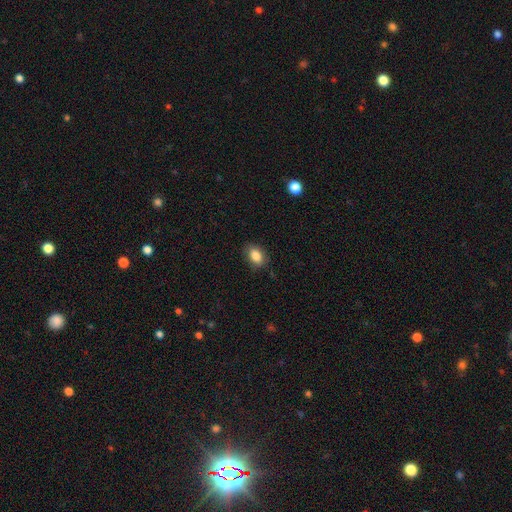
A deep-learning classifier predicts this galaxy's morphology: Smooth or featured? Predicted: smooth (p=0.86). How rounded? Predicted: in between (p=0.83). Merging? Predicted: none (p=0.82).